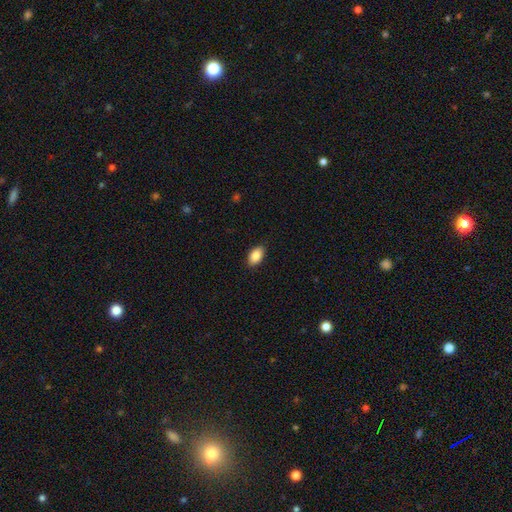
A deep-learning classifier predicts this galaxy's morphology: Smooth or featured? smooth (89%)
How rounded? in between (90%)
Merging? none (88%)